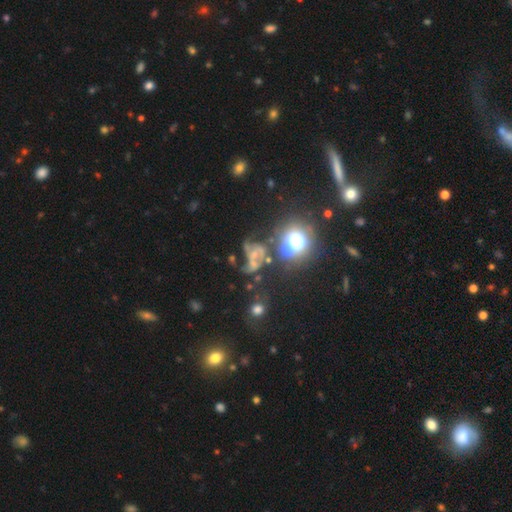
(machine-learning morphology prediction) This is marginally a star or artifact rather than a galaxy (44%).